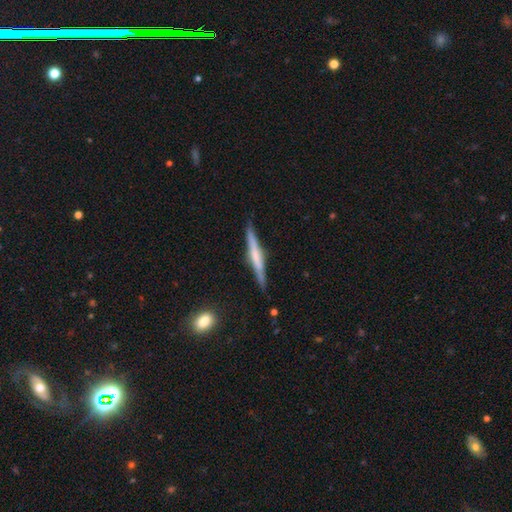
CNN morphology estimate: Smooth or featured?
  - featured or disk: 60% *
  - smooth: 34%
  - star or artifact: 6%
Edge-on disk?
  - yes: 97% *
  - no: 3%
Edge-on bulge?
  - rounded: 38% *
  - none: 36%
  - boxy: 26%
Merging?
  - none: 87% *
  - minor disturbance: 10%
  - major disturbance: 2%
  - merger: 1%